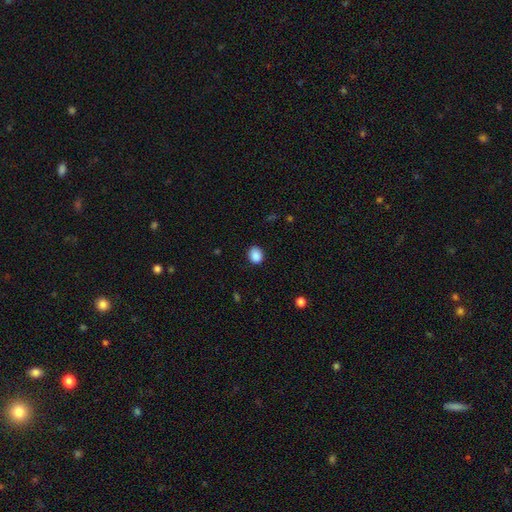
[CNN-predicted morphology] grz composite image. It shows a smooth galaxy with no disk features (88%) that is round (58%). Merging: none (86%).